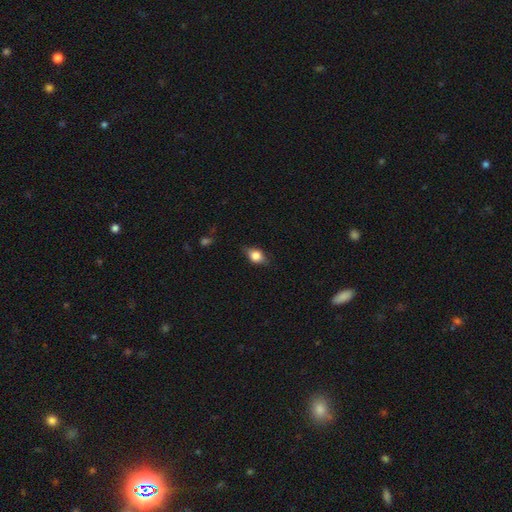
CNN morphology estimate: This is likely a smooth galaxy (73%). How rounded: likely in between (68%). Merging: likely none (76%).